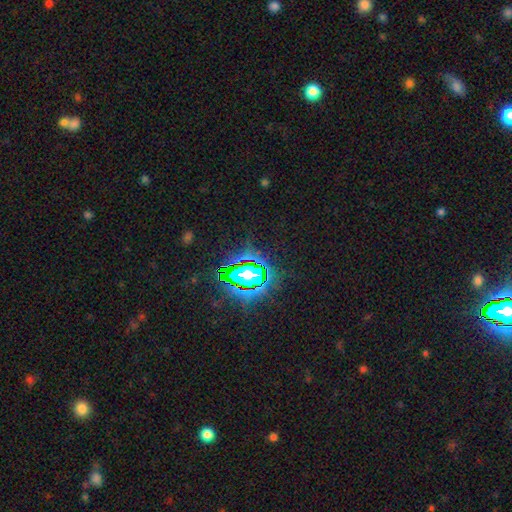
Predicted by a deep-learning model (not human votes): A star or artifact, not a galaxy (83%).

Vote fractions:
- Smooth or featured? star or artifact: 83% / smooth: 10% / featured or disk: 7%